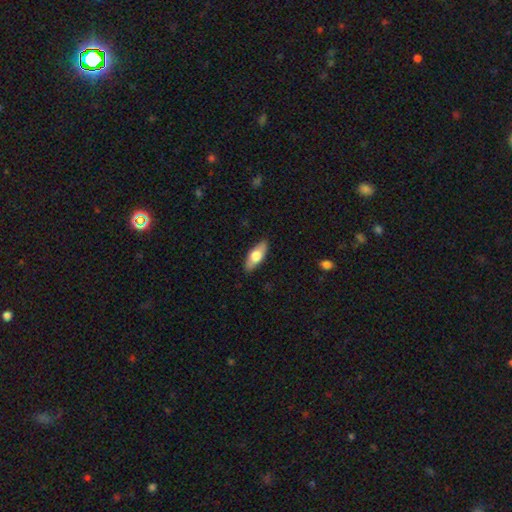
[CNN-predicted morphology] Smooth or featured?
  - smooth: 66% *
  - featured or disk: 29%
  - star or artifact: 5%
How rounded?
  - in between: 74% *
  - cigar-shaped: 23%
  - round: 3%
Merging?
  - none: 88% *
  - minor disturbance: 9%
  - major disturbance: 2%
  - merger: 1%